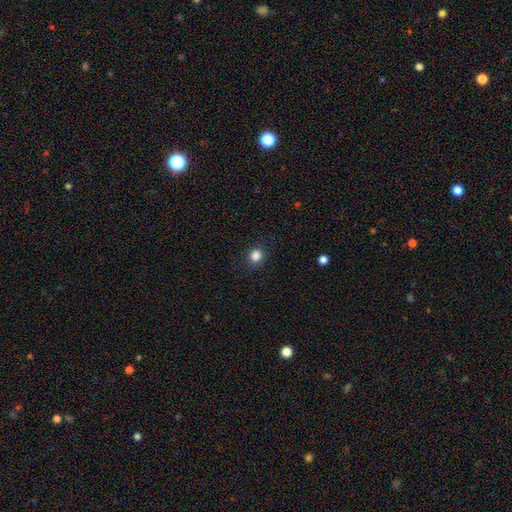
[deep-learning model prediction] This is clearly a smooth galaxy (85%). How rounded: clearly round (84%). Merging: clearly none (89%).